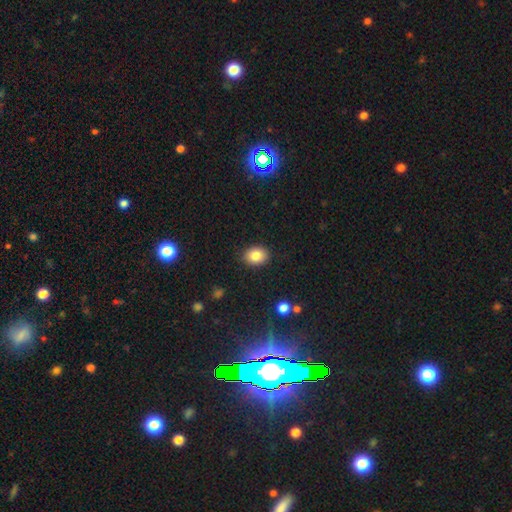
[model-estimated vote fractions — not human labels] Smooth or featured?
  - smooth: 84% *
  - star or artifact: 9%
  - featured or disk: 7%
How rounded?
  - in between: 61% *
  - round: 38%
  - cigar-shaped: 1%
Merging?
  - none: 89% *
  - minor disturbance: 8%
  - major disturbance: 2%
  - merger: 1%